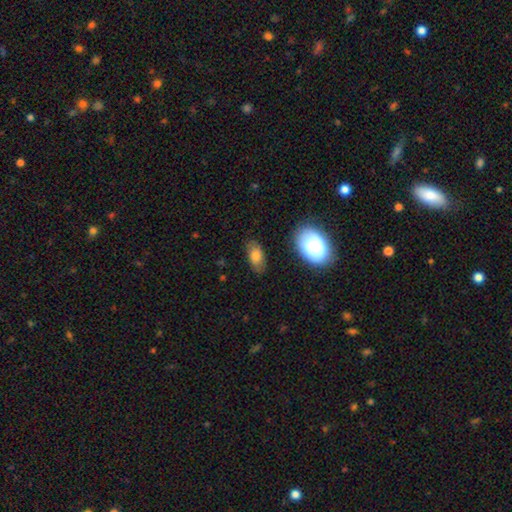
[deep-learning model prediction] A smooth galaxy with no disk features (78%) that is in between round and cigar-shaped (91%). Merging: none (79%).